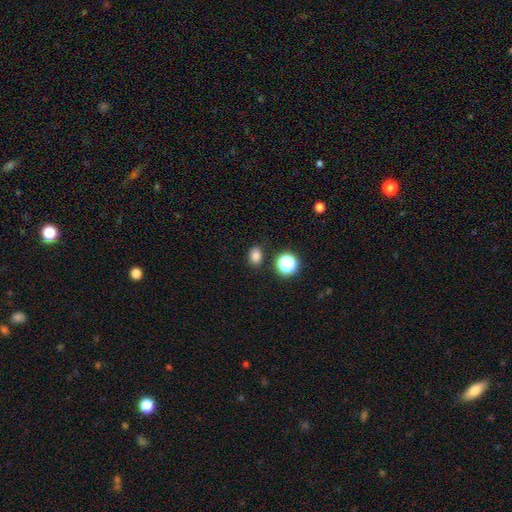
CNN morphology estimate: type=smooth (80%); roundness=in between (58%); merging=none (84%).